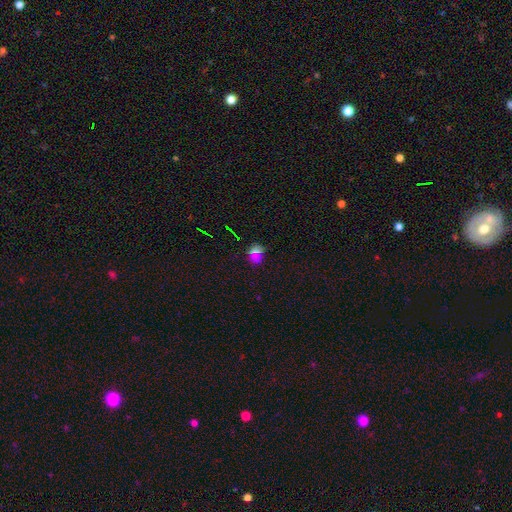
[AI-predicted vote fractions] A smooth galaxy with no disk features (58%) that is in between round and cigar-shaped (55%).

Vote fractions:
- Smooth or featured? smooth: 58% / star or artifact: 32% / featured or disk: 10%
- How rounded? in between: 55% / round: 42% / cigar-shaped: 3%
- Merging? none: 69% / minor disturbance: 15% / merger: 10% / major disturbance: 6%